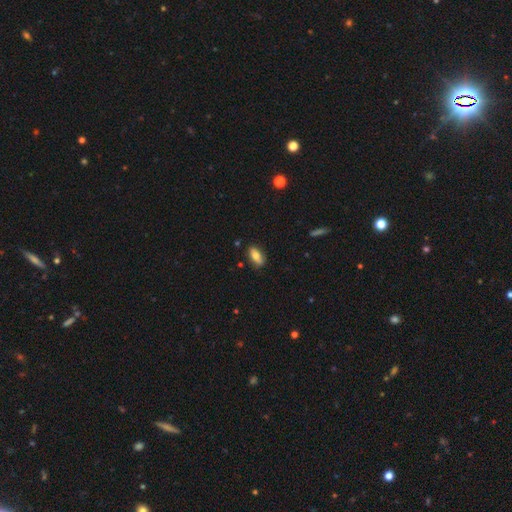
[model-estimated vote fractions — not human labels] smooth 73%, featured or disk 20%, star or artifact 7%. Down the decision tree: how rounded — in between (85%); merging — none (82%).